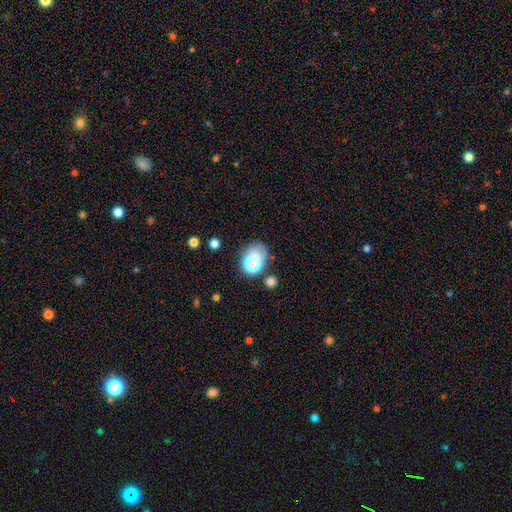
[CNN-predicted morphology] This appears to be a smooth galaxy with no disk features (67%) that is round (53%). Merging: none (59%).